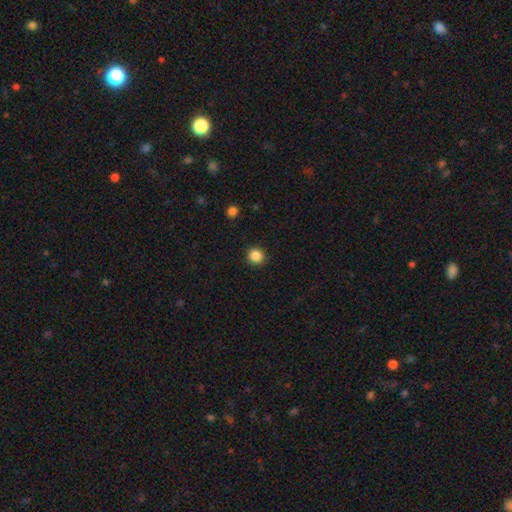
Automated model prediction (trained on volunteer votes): Smooth or featured: smooth — 86% (star or artifact — 11%)
How rounded: round — 93% (in between — 6%)
Merging: none — 92% (minor disturbance — 5%)